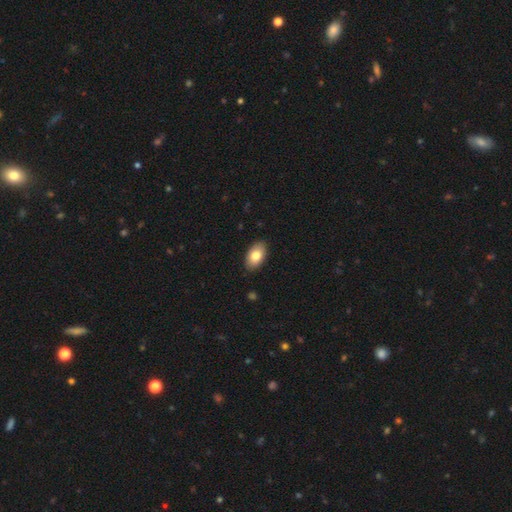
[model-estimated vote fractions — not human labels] A smooth galaxy with no disk features (81%) that is in between round and cigar-shaped (93%).

Vote fractions:
- Smooth or featured? smooth: 81% / featured or disk: 13% / star or artifact: 7%
- How rounded? in between: 93% / round: 5% / cigar-shaped: 2%
- Merging? none: 88% / minor disturbance: 9% / major disturbance: 2% / merger: 1%